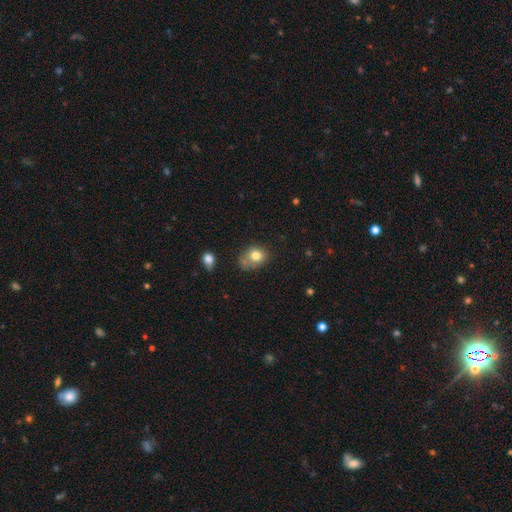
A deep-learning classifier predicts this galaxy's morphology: smooth_or_featured: smooth (p=0.77) [alt: featured or disk p=0.13]
how_rounded: round (p=0.52) [alt: in between p=0.47]
merging: none (p=0.45) [alt: minor disturbance p=0.28]